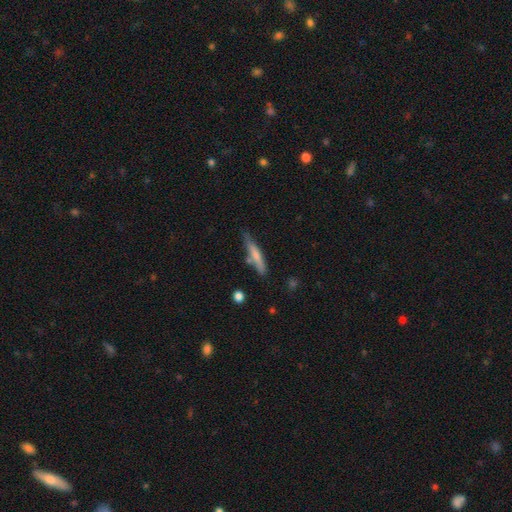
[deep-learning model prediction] smooth 62%, featured or disk 32%, star or artifact 6%. Down the decision tree: how rounded — cigar-shaped (90%); merging — none (67%).